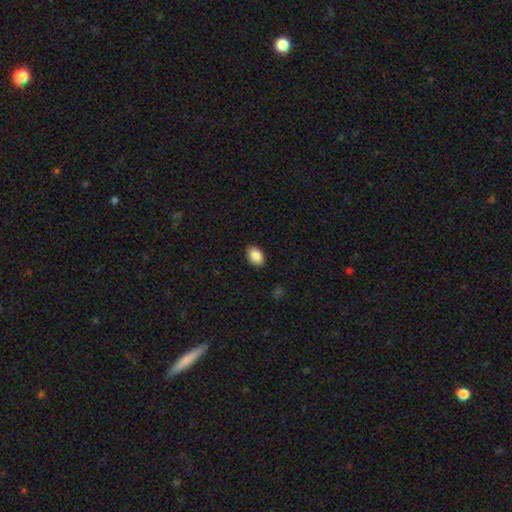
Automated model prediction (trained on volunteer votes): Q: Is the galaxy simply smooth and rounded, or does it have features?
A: smooth — 89%.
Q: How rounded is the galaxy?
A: in between — 85%.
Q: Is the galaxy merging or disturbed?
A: none — 87%.